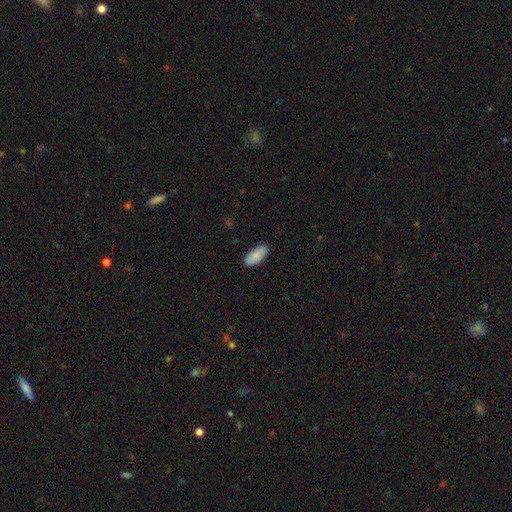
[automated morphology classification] This is clearly a smooth galaxy (87%). How rounded: clearly in between (89%). Merging: clearly none (86%).